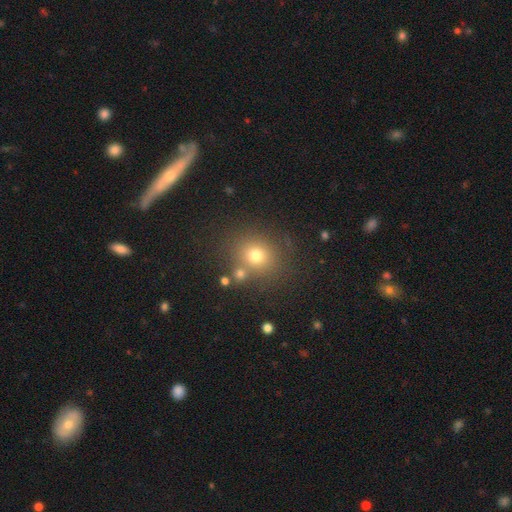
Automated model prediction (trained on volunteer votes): A smooth galaxy with no disk features (72%) that is round (80%).

Vote fractions:
- Smooth or featured? smooth: 72% / star or artifact: 18% / featured or disk: 10%
- How rounded? round: 80% / in between: 19% / cigar-shaped: 1%
- Merging? none: 74% / merger: 11% / minor disturbance: 10% / major disturbance: 4%